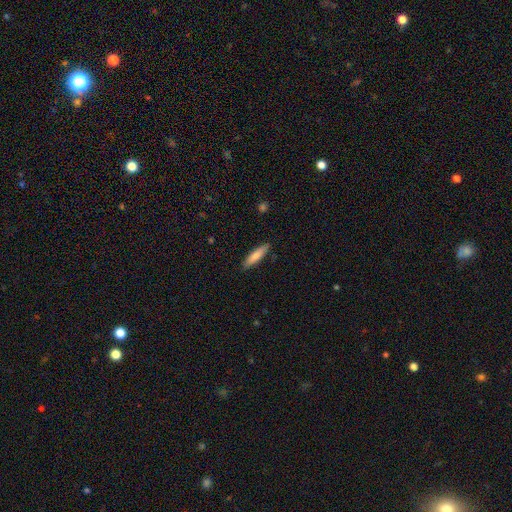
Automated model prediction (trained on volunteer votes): Smooth or featured? smooth (79%)
How rounded? cigar-shaped (83%)
Merging? none (89%)